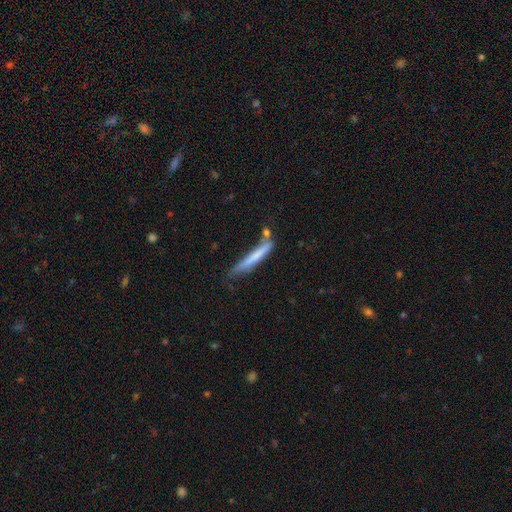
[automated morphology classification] smooth_or_featured: smooth (p=0.65) [alt: featured or disk p=0.29]
how_rounded: cigar-shaped (p=0.95) [alt: in between p=0.04]
merging: none (p=0.60) [alt: minor disturbance p=0.23]